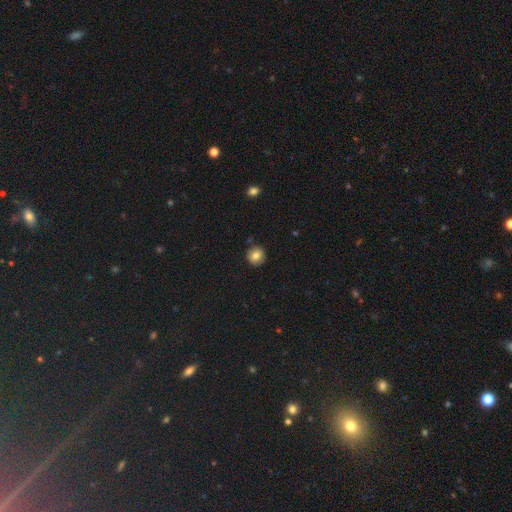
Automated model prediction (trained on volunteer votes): The model was most divided on "smooth or featured": smooth: 80%, featured or disk: 10%, star or artifact: 10%. More confident: how rounded — round (93%); merging — none (88%).